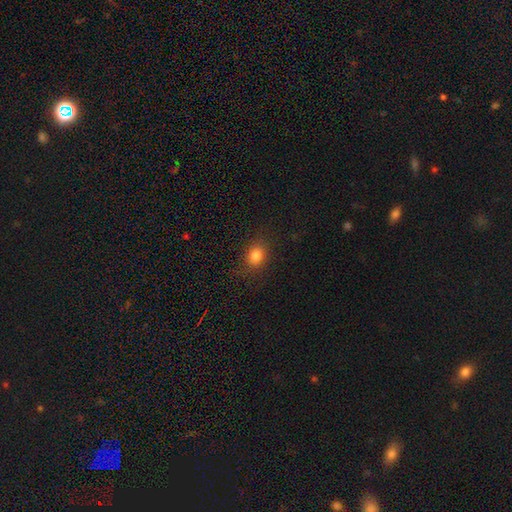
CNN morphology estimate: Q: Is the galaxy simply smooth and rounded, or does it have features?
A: smooth — 82%.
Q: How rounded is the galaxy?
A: in between — 51%.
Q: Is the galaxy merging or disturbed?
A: none — 81%.